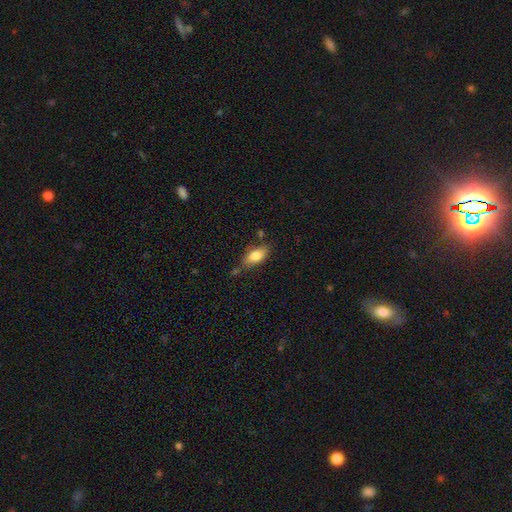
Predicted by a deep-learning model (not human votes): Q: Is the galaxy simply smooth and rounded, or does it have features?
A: smooth — 80%.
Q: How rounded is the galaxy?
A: in between — 86%.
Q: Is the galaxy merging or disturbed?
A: none — 69%.